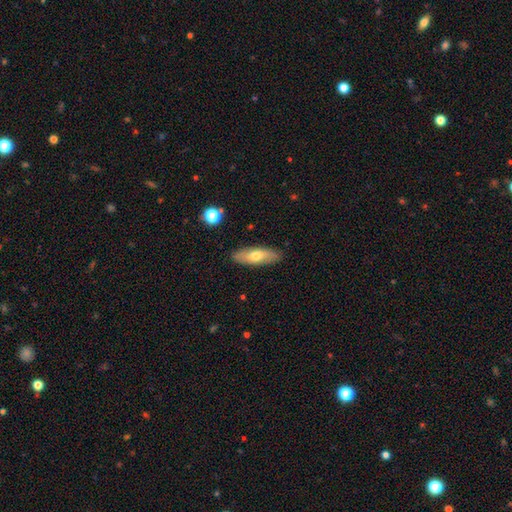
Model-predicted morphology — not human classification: smooth 63%, featured or disk 31%, star or artifact 7%. Down the decision tree: how rounded — in between (55%); merging — none (88%).